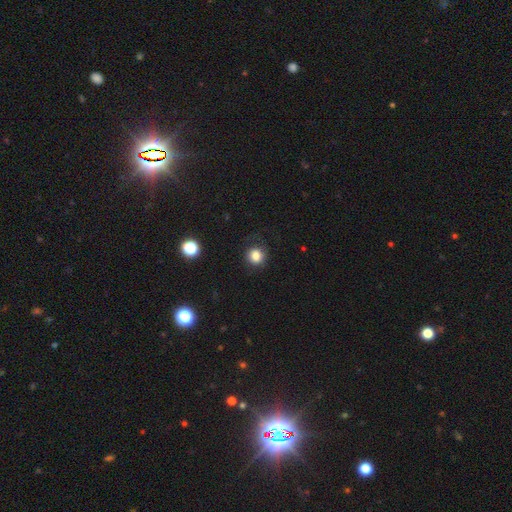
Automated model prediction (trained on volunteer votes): Smooth or featured?
  - smooth: 83% *
  - star or artifact: 11%
  - featured or disk: 5%
How rounded?
  - round: 88% *
  - in between: 11%
  - cigar-shaped: 1%
Merging?
  - none: 80% *
  - minor disturbance: 13%
  - major disturbance: 6%
  - merger: 1%